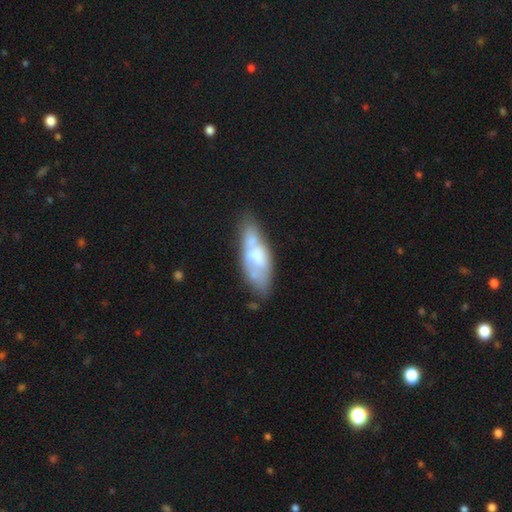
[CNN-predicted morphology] Smooth or featured: smooth — 46% (tied with featured or disk — 46%)
Merging: none — 47% (minor disturbance — 24%)